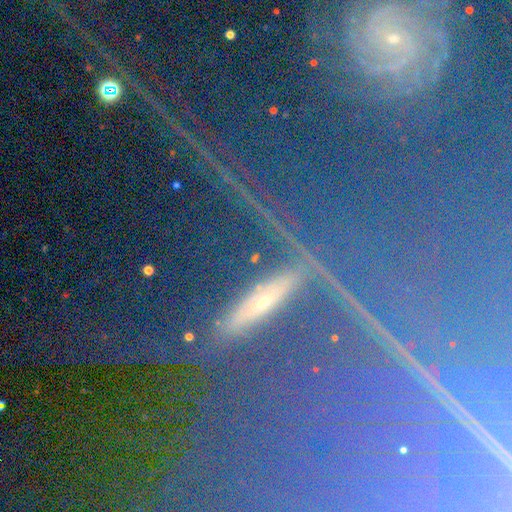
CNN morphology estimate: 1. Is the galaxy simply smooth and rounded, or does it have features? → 58% star or artifact, 25% featured or disk, 16% smooth.